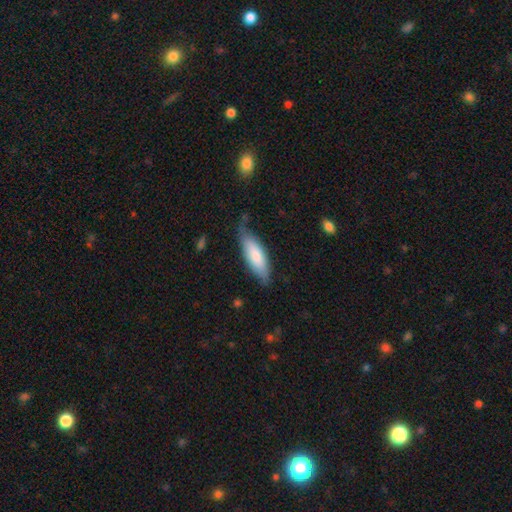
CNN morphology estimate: A smooth galaxy with no disk features (78%) that is in between round and cigar-shaped (60%).

Vote fractions:
- Smooth or featured? smooth: 78% / featured or disk: 17% / star or artifact: 5%
- How rounded? in between: 60% / cigar-shaped: 38% / round: 2%
- Merging? none: 60% / minor disturbance: 30% / major disturbance: 8% / merger: 2%